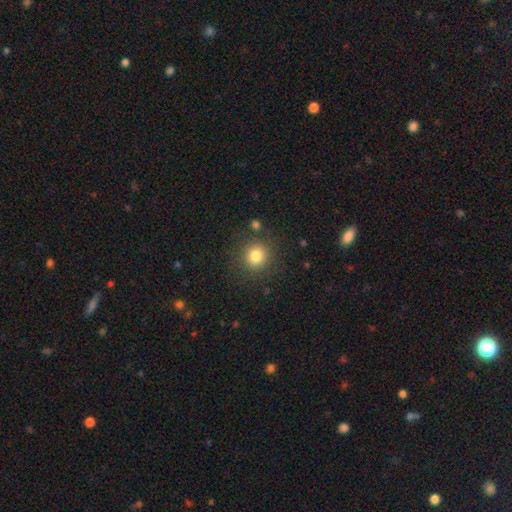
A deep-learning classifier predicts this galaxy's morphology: smooth-or-featured: smooth: 81% | star or artifact: 12% | featured or disk: 7%
  how-rounded: round: 90% | in between: 9% | cigar-shaped: 1%
  merging: none: 86% | minor disturbance: 8% | major disturbance: 3% | merger: 3%